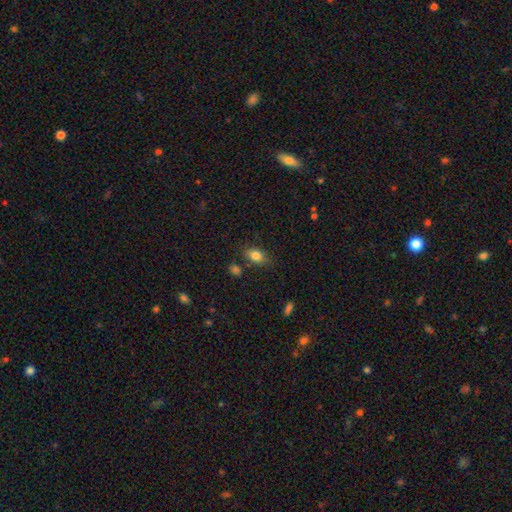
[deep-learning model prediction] Smooth or featured: smooth — 82% (featured or disk — 9%)
How rounded: in between — 83% (round — 14%)
Merging: none — 77% (minor disturbance — 15%)